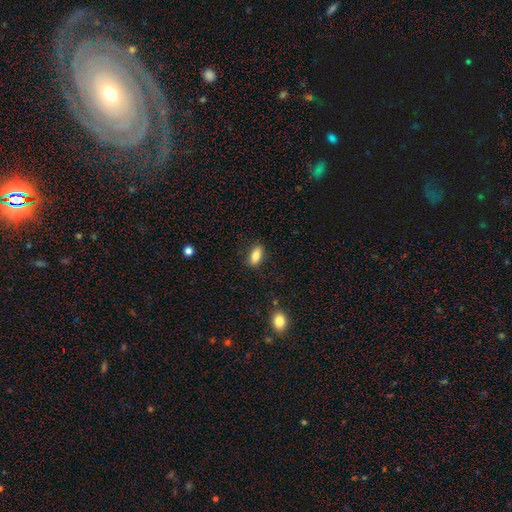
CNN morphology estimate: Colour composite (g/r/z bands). It shows a smooth galaxy with no disk features (82%) that is in between round and cigar-shaped (84%). Merging: none (85%).